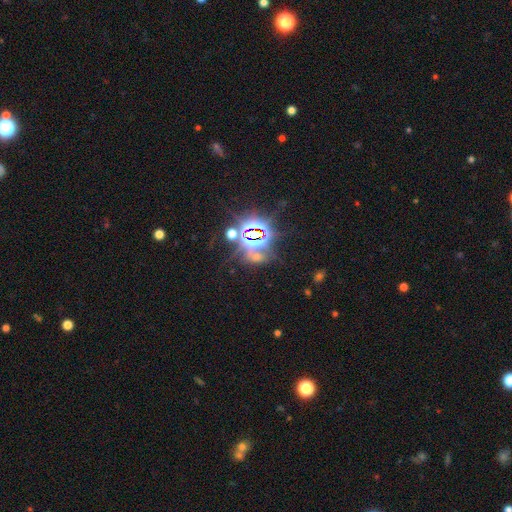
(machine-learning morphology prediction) The model was most divided on "smooth or featured": star or artifact: 79%, smooth: 11%, featured or disk: 10%.